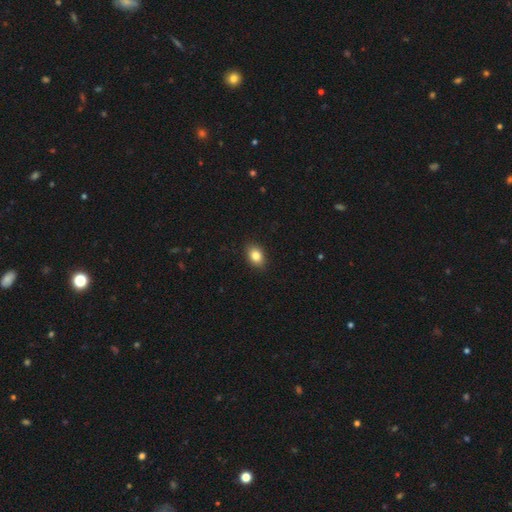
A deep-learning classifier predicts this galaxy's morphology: smooth 84%, star or artifact 9%, featured or disk 7%. Down the decision tree: how rounded — in between (75%); merging — none (89%).